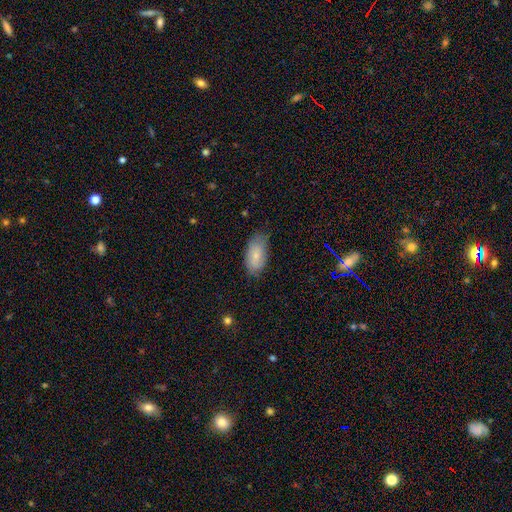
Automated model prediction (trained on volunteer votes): Overall: smooth (66%; featured or disk 27%). How rounded: in between (92%). Merging: none (68%).